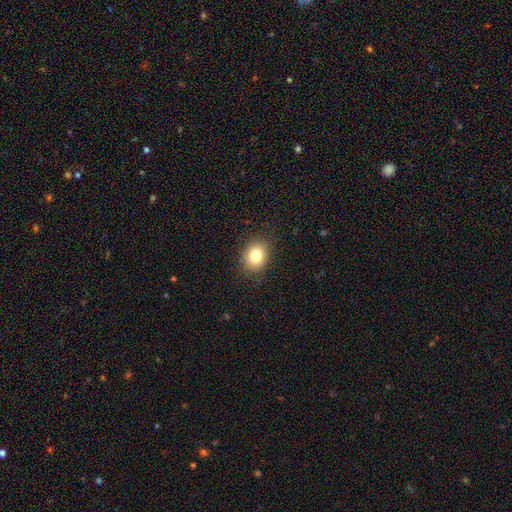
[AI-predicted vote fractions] smooth-or-featured: smooth: 82% | star or artifact: 10% | featured or disk: 8%
  how-rounded: in between: 54% | round: 45% | cigar-shaped: 1%
  merging: none: 86% | minor disturbance: 10% | major disturbance: 3% | merger: 1%